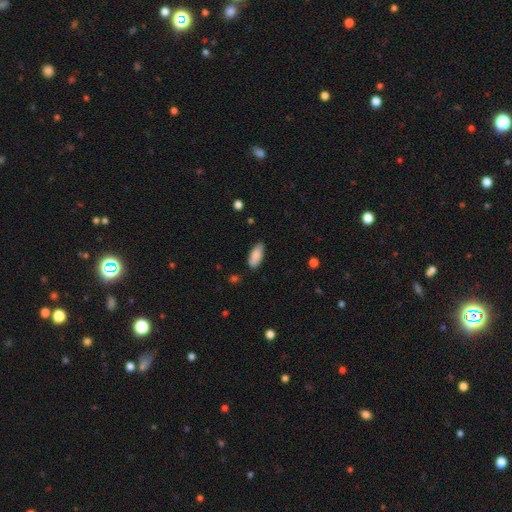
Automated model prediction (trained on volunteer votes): Overall: smooth (85%). How rounded: in between (81%). Merging: none (83%).